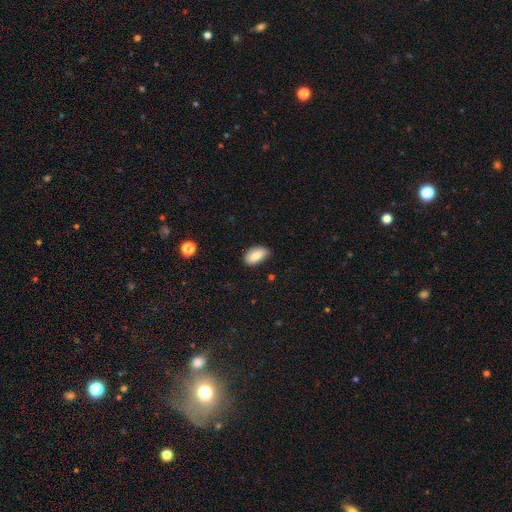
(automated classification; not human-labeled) Q: Smooth or featured?
A: smooth (82%); runner-up: featured or disk (10%)
Q: How rounded?
A: in between (93%); runner-up: round (5%)
Q: Merging?
A: none (76%); runner-up: minor disturbance (19%)